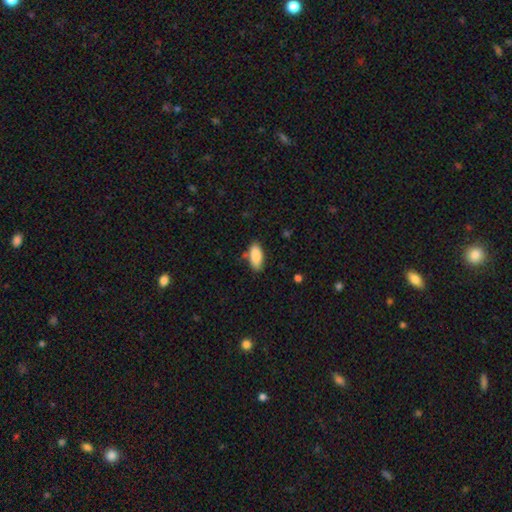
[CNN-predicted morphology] Q: Smooth or featured?
A: smooth (88%); runner-up: star or artifact (7%)
Q: How rounded?
A: in between (89%); runner-up: cigar-shaped (9%)
Q: Merging?
A: none (79%); runner-up: minor disturbance (15%)